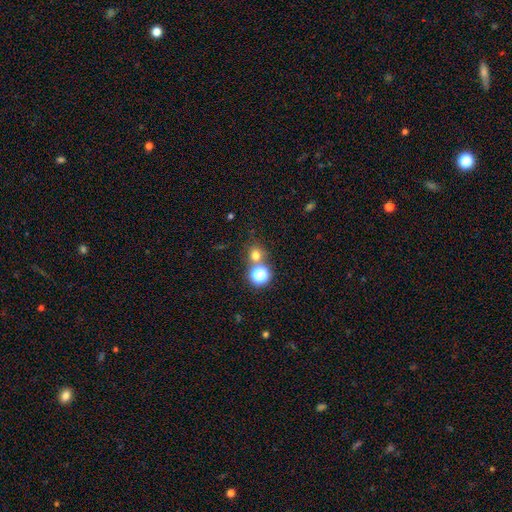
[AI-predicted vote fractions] smooth_or_featured: smooth (p=0.69) [alt: star or artifact p=0.24]
how_rounded: round (p=0.85) [alt: in between p=0.14]
merging: none (p=0.68) [alt: merger p=0.20]